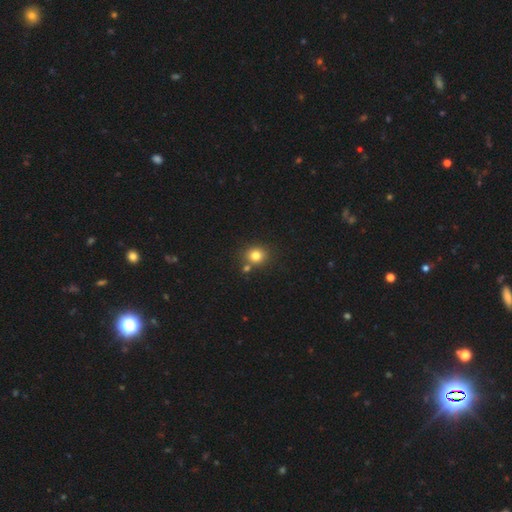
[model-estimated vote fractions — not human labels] Overall: smooth (79%). How rounded: round (80%). Merging: none (73%).